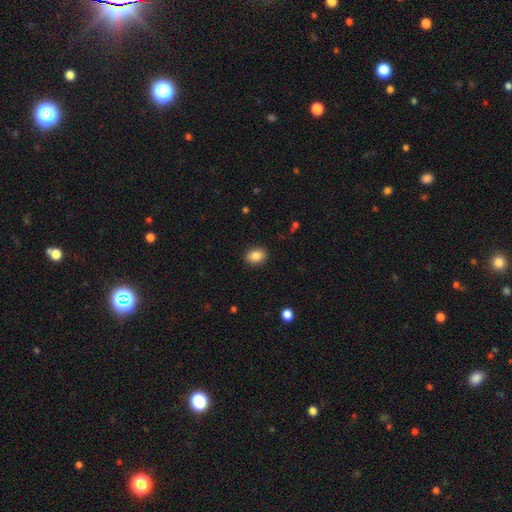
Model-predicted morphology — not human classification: Overall: smooth (86%). How rounded: in between (68%; round 31%). Merging: none (89%).